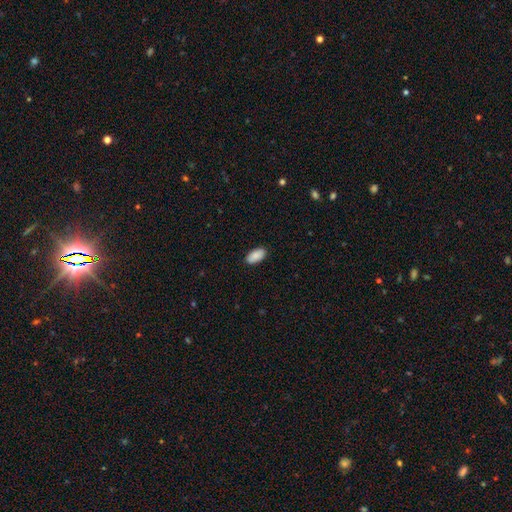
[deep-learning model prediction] Morphology: type=smooth (89%); roundness=in between (94%); merging=none (89%).